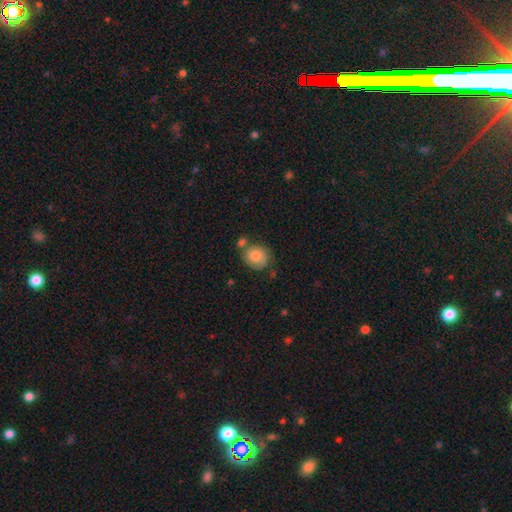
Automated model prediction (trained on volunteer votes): Morphology: type=smooth (72%); roundness=round (77%); merging=none (56%).